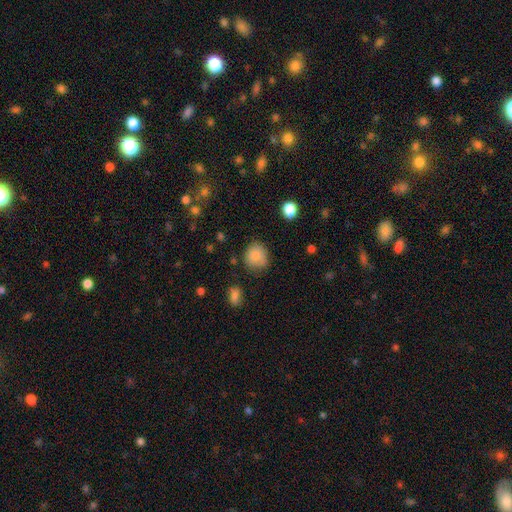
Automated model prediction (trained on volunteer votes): smooth 84%, star or artifact 9%, featured or disk 6%. Down the decision tree: how rounded — round (80%); merging — none (75%).